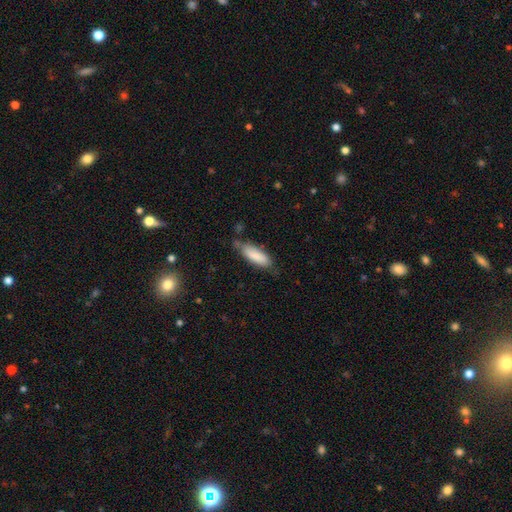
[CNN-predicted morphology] A smooth galaxy with no disk features (85%) that is in between round and cigar-shaped (57%). Merging: none (62%).